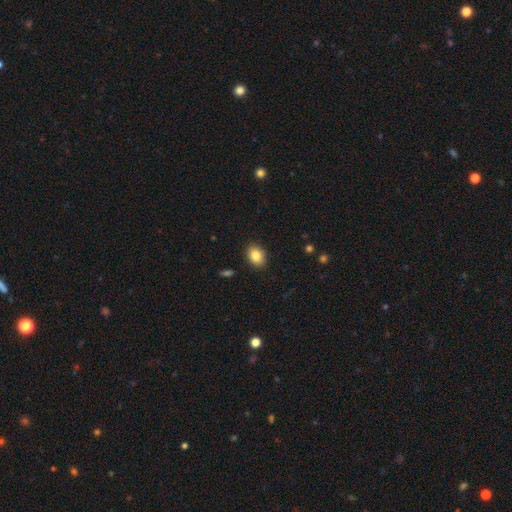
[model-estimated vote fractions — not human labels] Smooth or featured? smooth (85%)
How rounded? in between (69%)
Merging? none (89%)